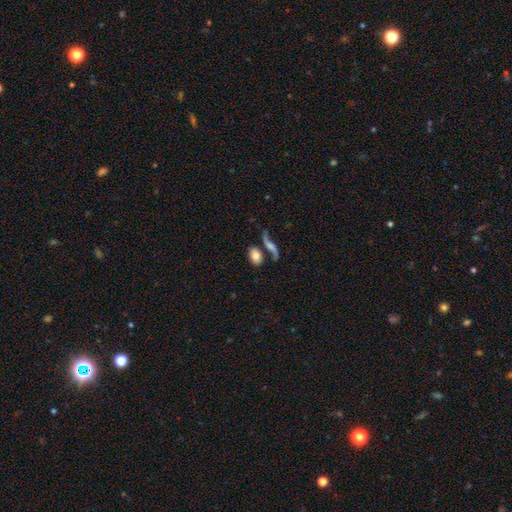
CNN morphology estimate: Smooth or featured? Predicted: smooth (p=0.73). How rounded? Predicted: in between (p=0.85). Merging? Predicted: none (p=0.53).